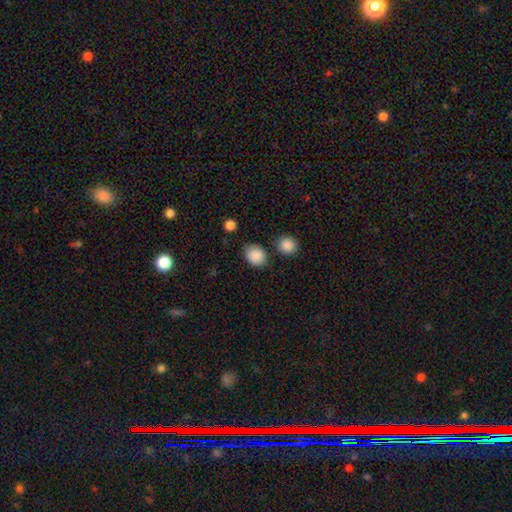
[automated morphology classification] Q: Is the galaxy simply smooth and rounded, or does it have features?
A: smooth — 88%.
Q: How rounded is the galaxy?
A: round — 54%.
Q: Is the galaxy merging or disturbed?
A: none — 74%.